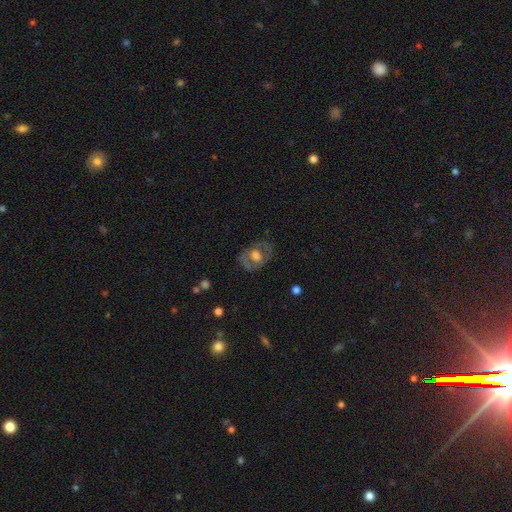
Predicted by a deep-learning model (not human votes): Smooth or featured? Predicted: featured or disk (p=0.53). Edge-on disk? Predicted: no (p=0.92). Merging? Predicted: none (p=0.73).